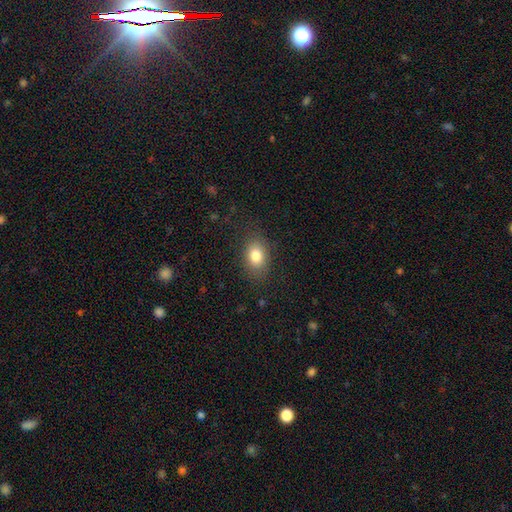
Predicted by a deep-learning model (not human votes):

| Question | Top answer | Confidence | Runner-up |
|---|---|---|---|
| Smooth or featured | smooth | 81% | featured or disk (10%) |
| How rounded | in between | 76% | round (23%) |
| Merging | none | 82% | minor disturbance (12%) |